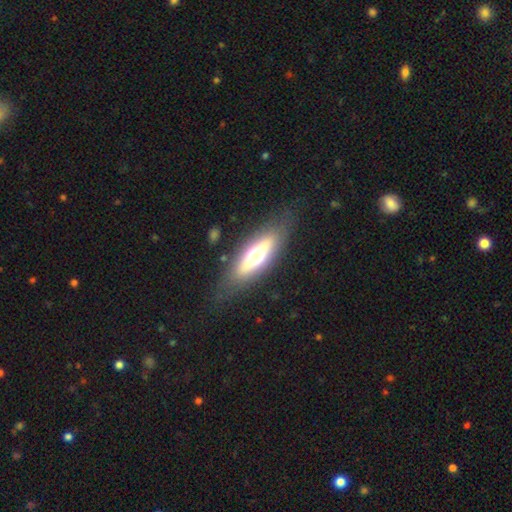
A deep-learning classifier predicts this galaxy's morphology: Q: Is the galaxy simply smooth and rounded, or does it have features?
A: featured or disk — 48%.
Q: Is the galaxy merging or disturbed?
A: none — 80%.